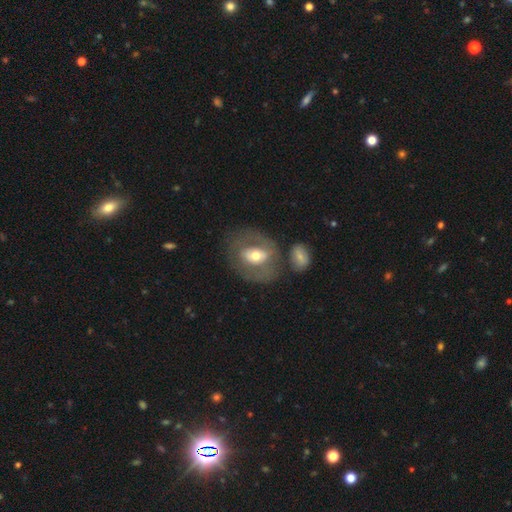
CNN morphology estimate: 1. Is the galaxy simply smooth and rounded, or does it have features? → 53% featured or disk, 40% smooth, 7% star or artifact.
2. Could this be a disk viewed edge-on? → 93% no, 7% yes.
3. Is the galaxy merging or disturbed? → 62% none, 15% minor disturbance, 12% merger, 11% major disturbance.